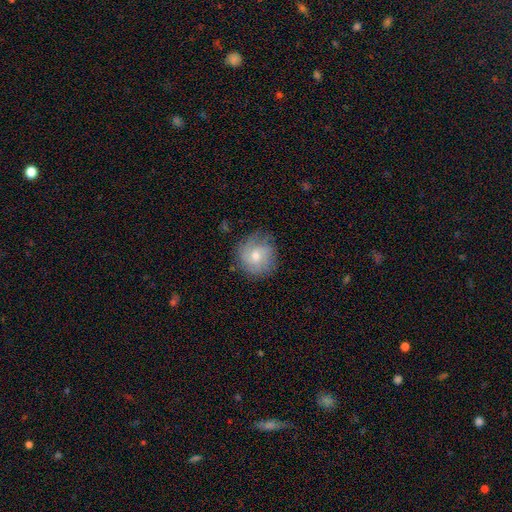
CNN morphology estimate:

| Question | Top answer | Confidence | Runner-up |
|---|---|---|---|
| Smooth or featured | featured or disk | 48% | smooth (44%) |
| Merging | none | 74% | minor disturbance (18%) |